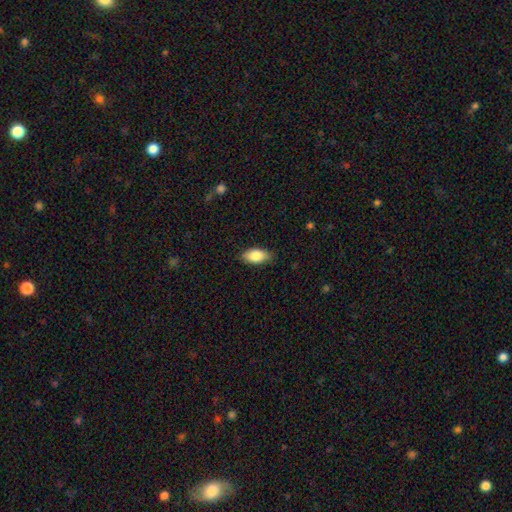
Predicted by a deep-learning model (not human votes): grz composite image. It shows a smooth galaxy with no disk features (84%) that is in between round and cigar-shaped (91%). Merging: none (85%).